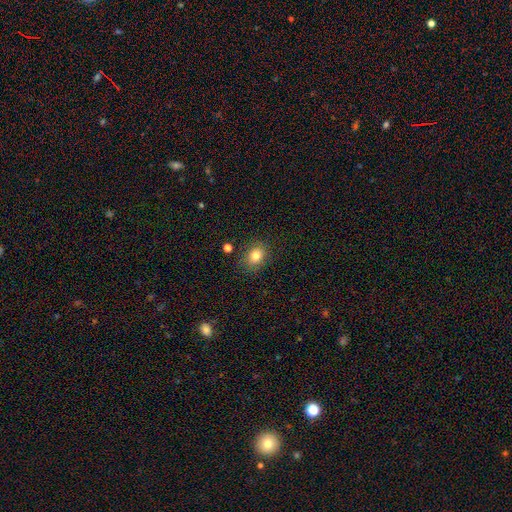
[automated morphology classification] type=smooth (81%); roundness=round (52%); merging=none (84%).